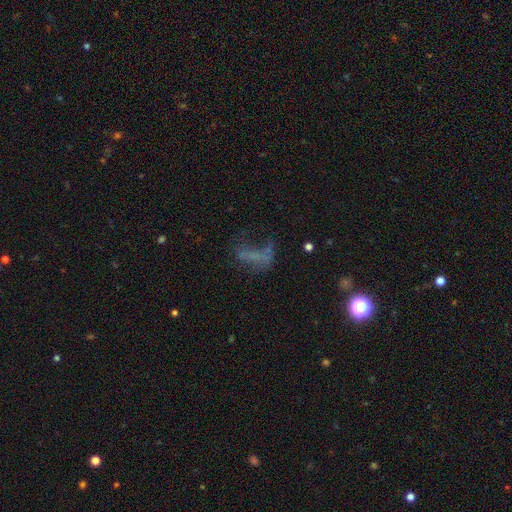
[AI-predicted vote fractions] Overall: smooth (38%; featured or disk 34%). Merging: major disturbance (40%; none 35%).